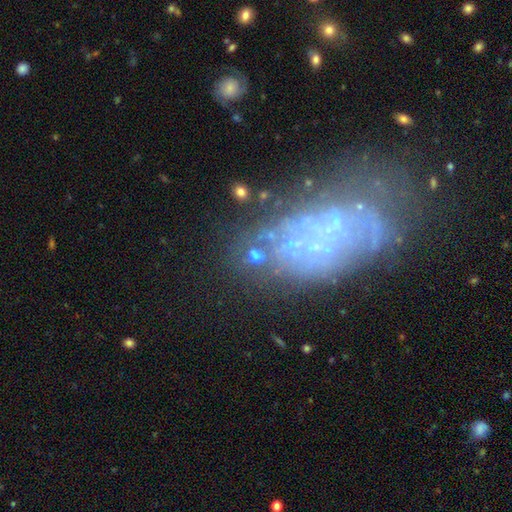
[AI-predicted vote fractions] The model was most divided on "smooth or featured": featured or disk: 36%, smooth: 34%, star or artifact: 30%. More confident: merging — none (58%).